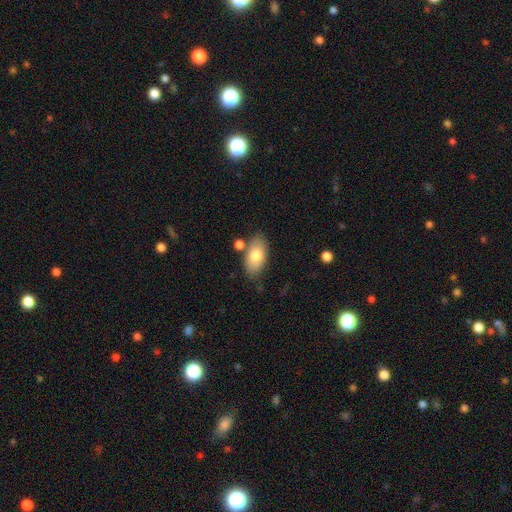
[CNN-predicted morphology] Smooth or featured? Predicted: smooth (p=0.77). How rounded? Predicted: in between (p=0.93). Merging? Predicted: none (p=0.72).